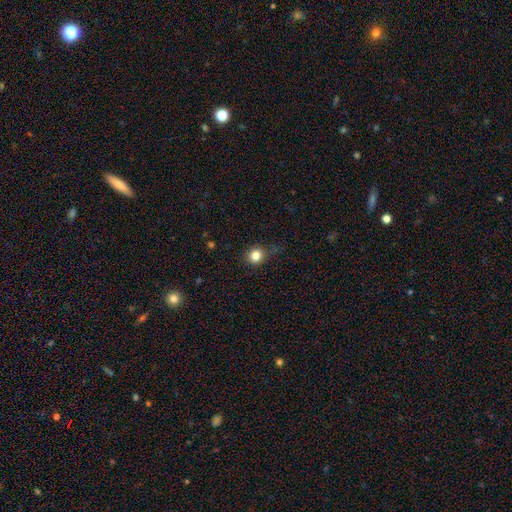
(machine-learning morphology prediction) smooth-or-featured: smooth: 81% | star or artifact: 13% | featured or disk: 6%
  how-rounded: round: 88% | in between: 11% | cigar-shaped: 1%
  merging: none: 73% | minor disturbance: 19% | major disturbance: 6% | merger: 2%